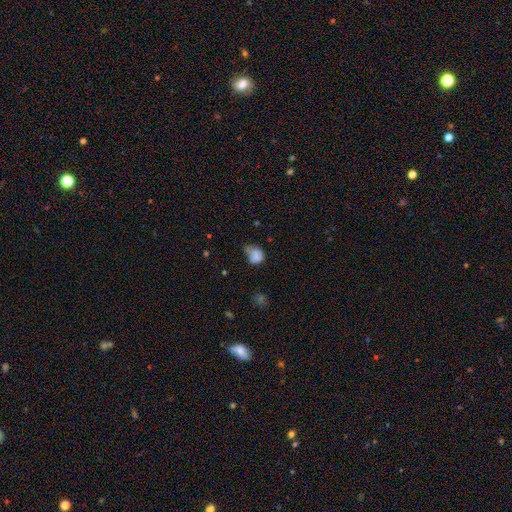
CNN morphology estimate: This is likely a smooth galaxy (73%). How rounded: possibly in between (50%). Merging: marginally minor disturbance (38%).